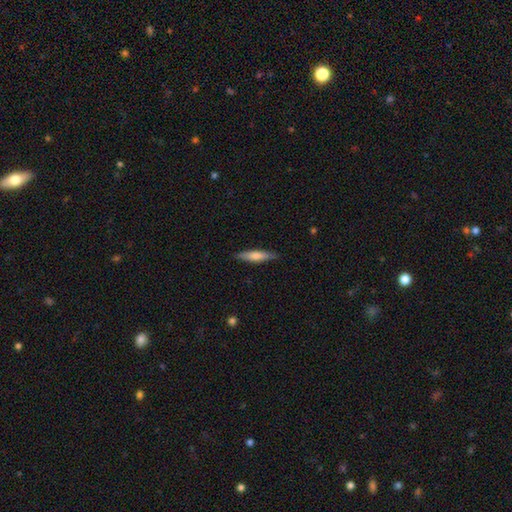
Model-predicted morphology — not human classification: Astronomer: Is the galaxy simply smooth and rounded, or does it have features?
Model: smooth — 60%.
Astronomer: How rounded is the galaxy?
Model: cigar-shaped — 84%.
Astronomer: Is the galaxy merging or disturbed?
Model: none — 87%.